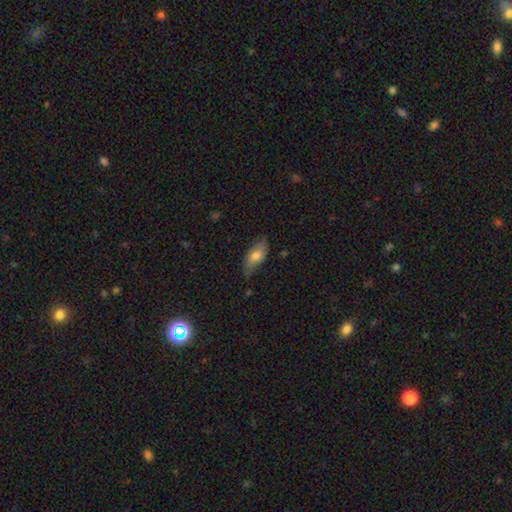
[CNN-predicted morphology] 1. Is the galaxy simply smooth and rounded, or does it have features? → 69% smooth, 25% featured or disk, 6% star or artifact.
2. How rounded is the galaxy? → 87% in between, 10% cigar-shaped, 3% round.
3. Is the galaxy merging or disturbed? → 67% none, 26% minor disturbance, 5% major disturbance, 2% merger.